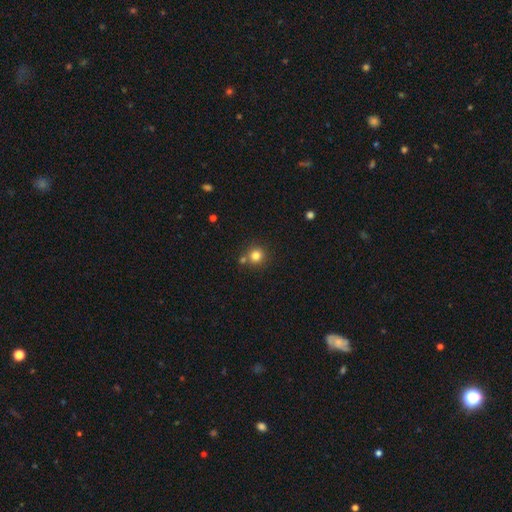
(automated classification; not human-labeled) This is clearly a smooth galaxy (81%). How rounded: clearly round (93%). Merging: likely none (75%).